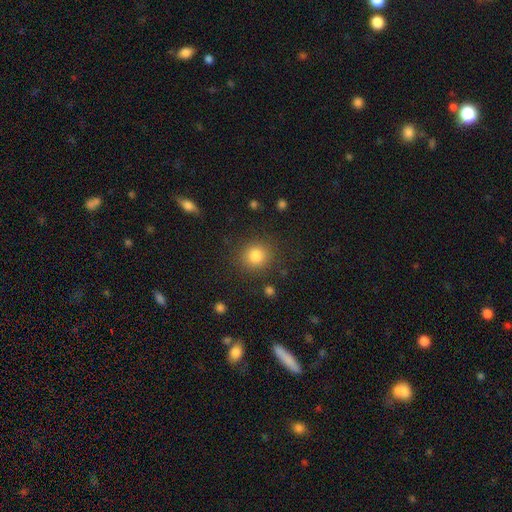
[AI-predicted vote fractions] Morphology: type=smooth (83%); roundness=round (88%); merging=none (87%).